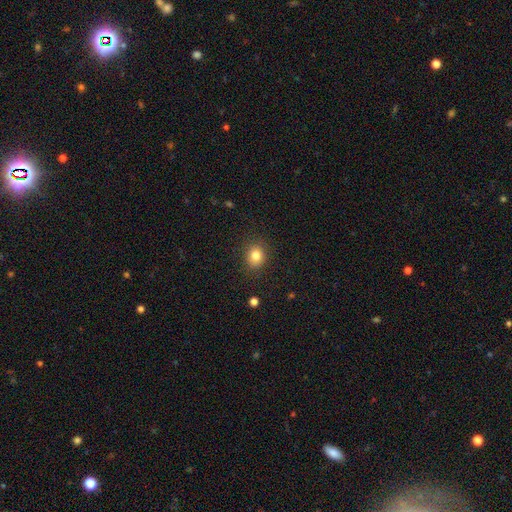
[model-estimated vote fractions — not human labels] smooth 83%, star or artifact 11%, featured or disk 7%. Down the decision tree: how rounded — round (61%); merging — none (86%).